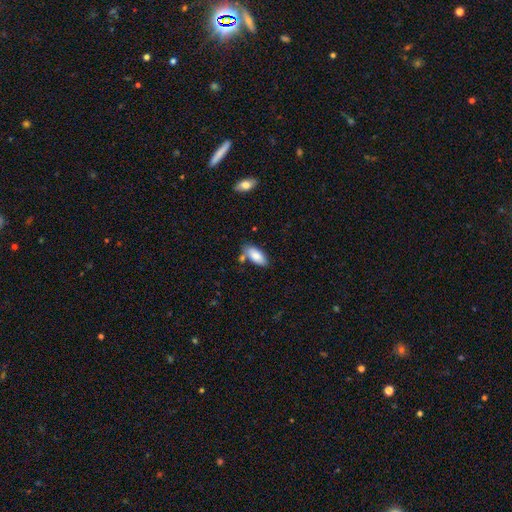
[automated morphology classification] A smooth galaxy with no disk features (85%) that is in between round and cigar-shaped (89%). Merging: none (70%).